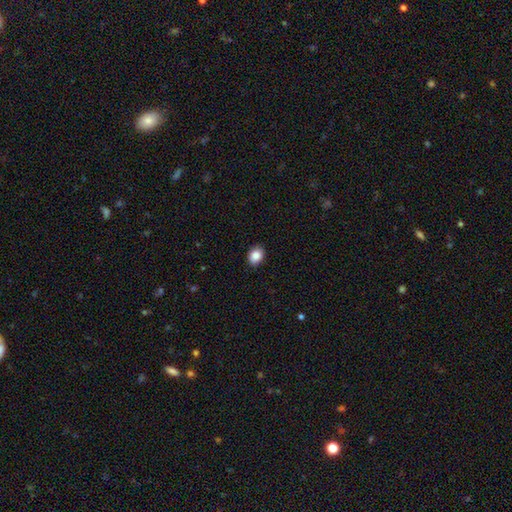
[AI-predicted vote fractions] Smooth or featured: smooth — 87% (star or artifact — 8%)
How rounded: in between — 60% (round — 39%)
Merging: none — 90% (minor disturbance — 8%)